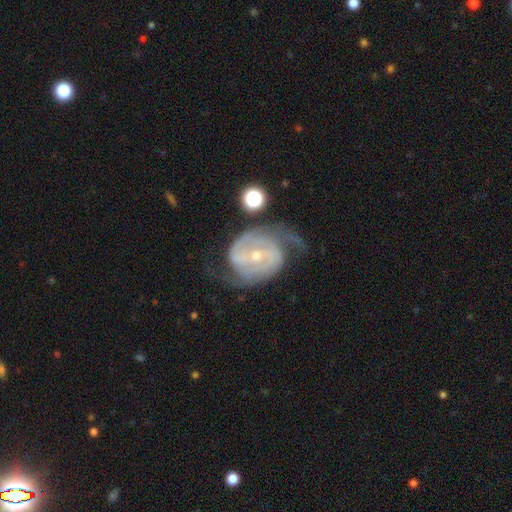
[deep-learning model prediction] The model was most divided on "spiral winding": tight: 45%, medium: 42%, loose: 13%. Remaining: edge-on disk — no (97%); spiral arms — yes (96%); smooth or featured — featured or disk (88%); spiral arm count — 2 (71%); bulge size — small (65%); merging — none (62%); bar — weak (44%).